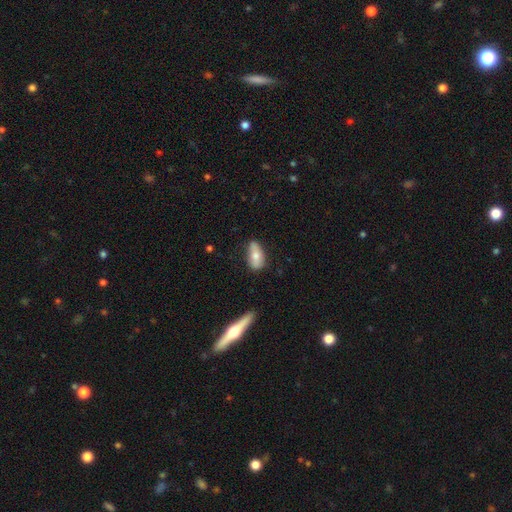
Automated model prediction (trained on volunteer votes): Smooth or featured?
  - smooth: 70% *
  - featured or disk: 23%
  - star or artifact: 7%
How rounded?
  - in between: 86% *
  - cigar-shaped: 11%
  - round: 4%
Merging?
  - none: 64% *
  - minor disturbance: 27%
  - major disturbance: 6%
  - merger: 4%